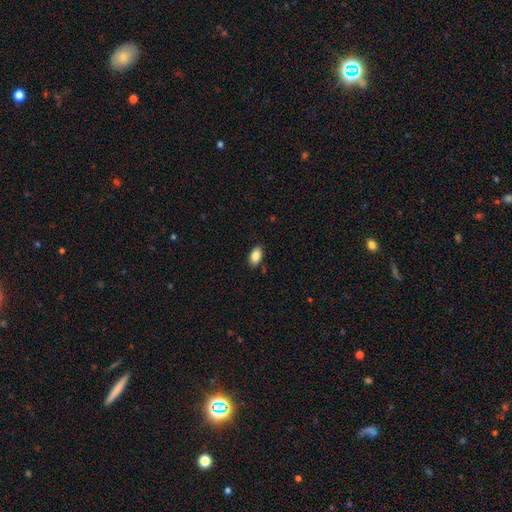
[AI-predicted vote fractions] Smooth or featured: smooth — 87% (star or artifact — 8%)
How rounded: in between — 92% (round — 6%)
Merging: none — 86% (minor disturbance — 10%)